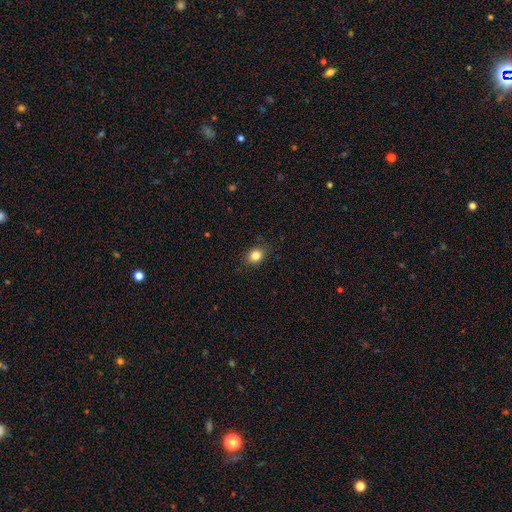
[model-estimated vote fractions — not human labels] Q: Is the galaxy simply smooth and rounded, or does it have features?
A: smooth — 84%.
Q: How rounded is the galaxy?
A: round — 59%.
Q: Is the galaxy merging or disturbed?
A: none — 87%.